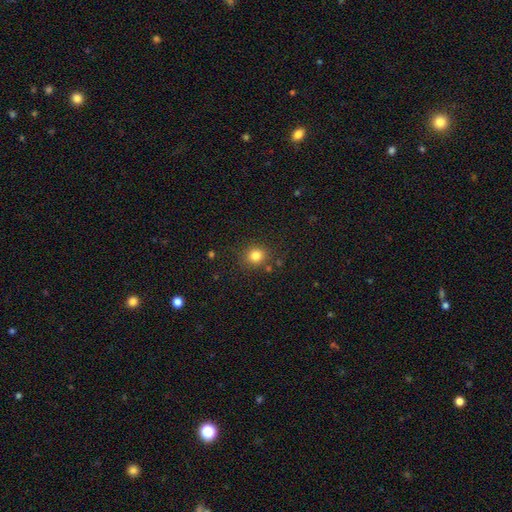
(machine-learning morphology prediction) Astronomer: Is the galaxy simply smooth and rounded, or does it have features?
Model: smooth — 81%.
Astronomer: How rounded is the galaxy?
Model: round — 84%.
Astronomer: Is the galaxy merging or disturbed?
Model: none — 84%.